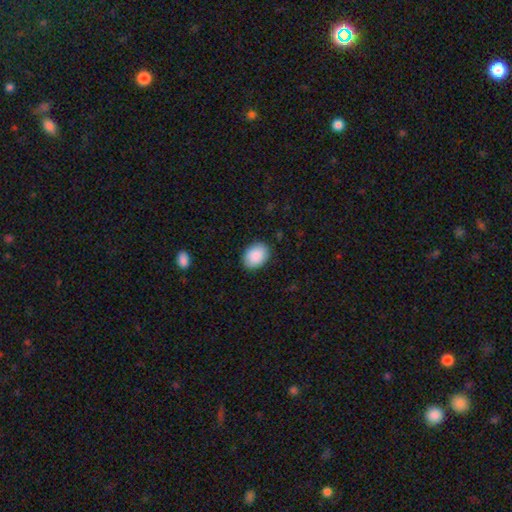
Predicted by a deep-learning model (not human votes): Smooth or featured?
  - smooth: 89% *
  - star or artifact: 7%
  - featured or disk: 4%
How rounded?
  - in between: 75% *
  - round: 24%
  - cigar-shaped: 1%
Merging?
  - none: 88% *
  - minor disturbance: 9%
  - major disturbance: 2%
  - merger: 1%